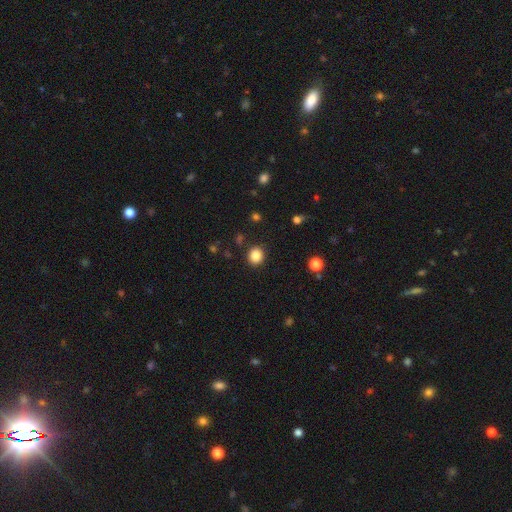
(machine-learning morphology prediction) type=smooth (86%); roundness=round (82%); merging=none (89%).